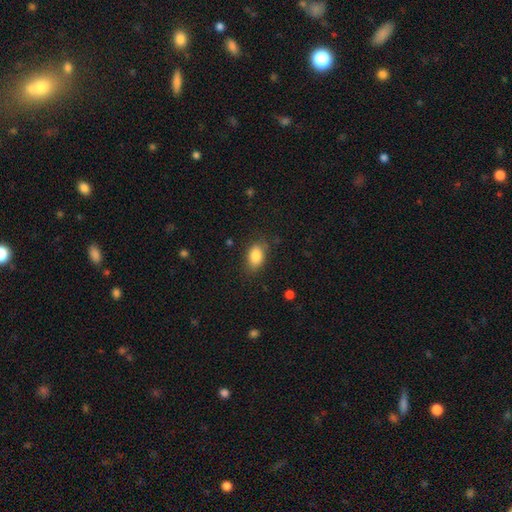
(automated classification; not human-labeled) Overall: smooth (85%). How rounded: in between (86%). Merging: none (77%).